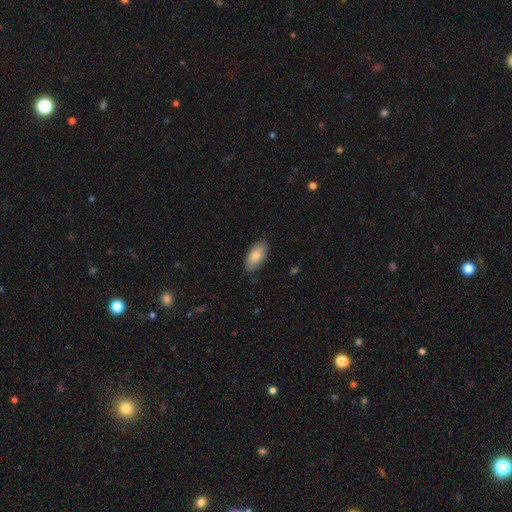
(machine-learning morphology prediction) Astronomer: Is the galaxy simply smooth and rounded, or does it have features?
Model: smooth — 81%.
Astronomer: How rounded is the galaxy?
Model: in between — 93%.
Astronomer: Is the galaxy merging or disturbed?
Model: none — 84%.